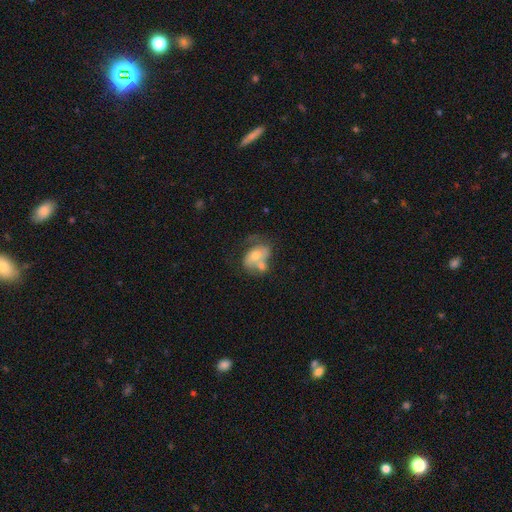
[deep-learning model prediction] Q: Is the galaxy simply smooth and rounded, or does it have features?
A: featured or disk — 48%.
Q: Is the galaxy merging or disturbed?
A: merger — 44%.